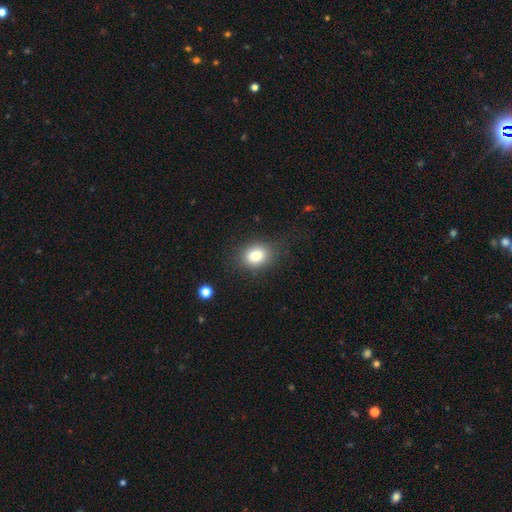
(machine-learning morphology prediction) smooth 81%, star or artifact 10%, featured or disk 8%. Down the decision tree: how rounded — in between (53%); merging — none (81%).